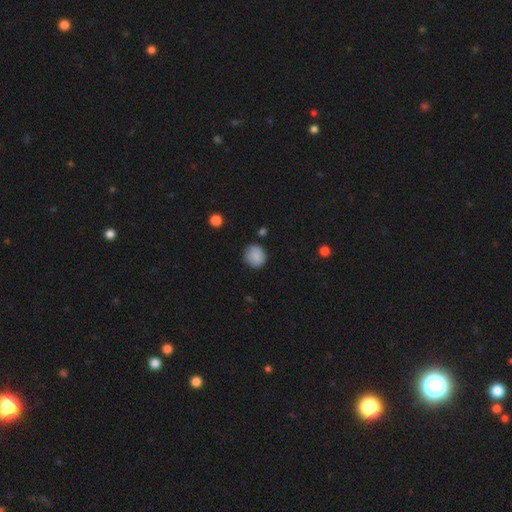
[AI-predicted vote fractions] Q: Smooth or featured?
A: smooth (87%); runner-up: star or artifact (8%)
Q: How rounded?
A: round (87%); runner-up: in between (12%)
Q: Merging?
A: none (81%); runner-up: minor disturbance (14%)